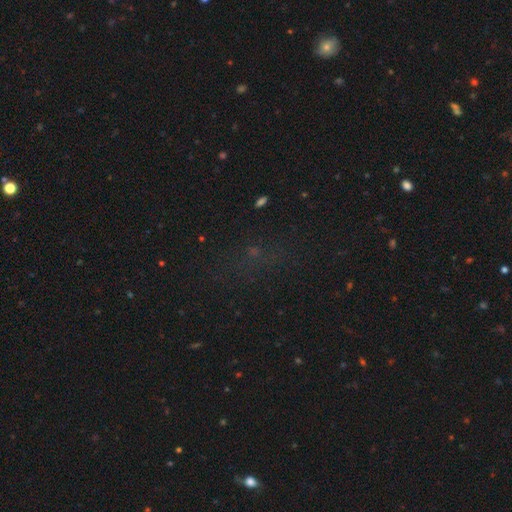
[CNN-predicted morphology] Q: Smooth or featured?
A: star or artifact (58%); runner-up: smooth (29%)